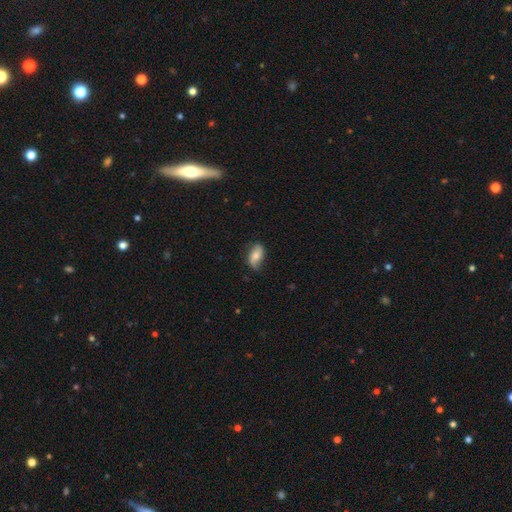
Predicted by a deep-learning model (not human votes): Q: Smooth or featured?
A: smooth (55%); runner-up: featured or disk (38%)
Q: How rounded?
A: in between (90%); runner-up: round (6%)
Q: Merging?
A: none (69%); runner-up: minor disturbance (24%)